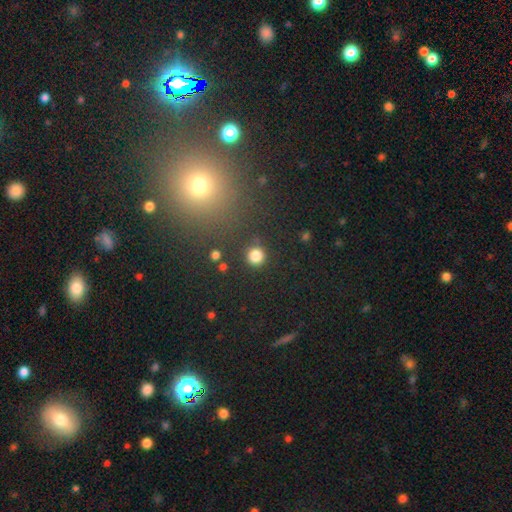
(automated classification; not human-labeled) smooth_or_featured: smooth (p=0.83) [alt: star or artifact p=0.13]
how_rounded: round (p=0.94) [alt: in between p=0.05]
merging: none (p=0.88) [alt: minor disturbance p=0.06]